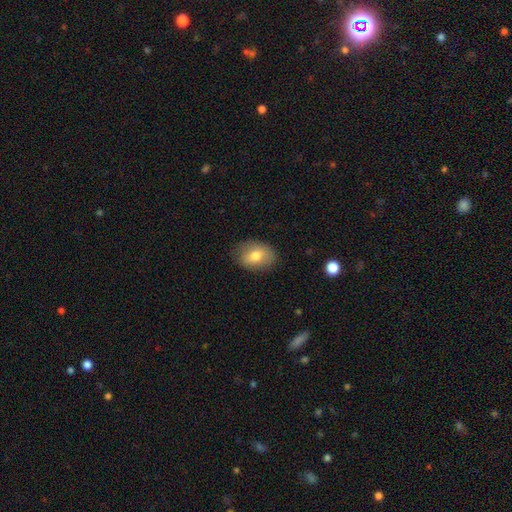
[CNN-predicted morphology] This appears to be a smooth galaxy with no disk features (73%) that is in between round and cigar-shaped (77%). Merging: none (80%).